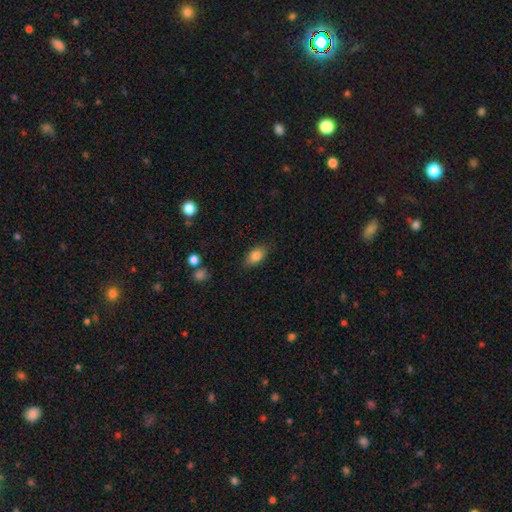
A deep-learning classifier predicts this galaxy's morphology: Smooth or featured? smooth (83%)
How rounded? in between (88%)
Merging? none (82%)